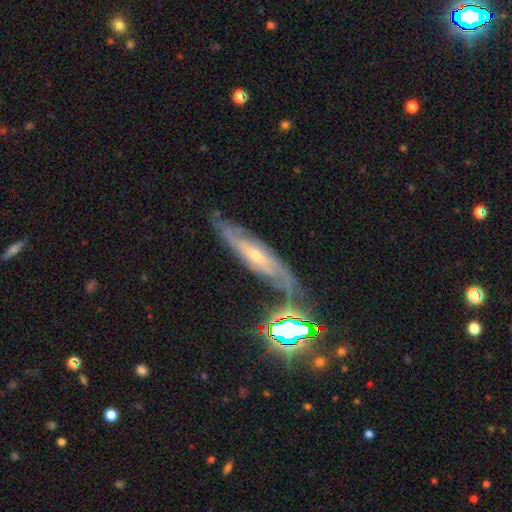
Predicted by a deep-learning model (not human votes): smooth_or_featured: featured or disk (p=0.74) [alt: star or artifact p=0.14]
disk_edge_on: no (p=0.69) [alt: yes p=0.31]
bar: no (p=0.52) [alt: weak p=0.33]
has_spiral_arms: yes (p=0.93) [alt: no p=0.07]
bulge_size: small (p=0.67) [alt: moderate p=0.29]
merging: none (p=0.74) [alt: minor disturbance p=0.16]